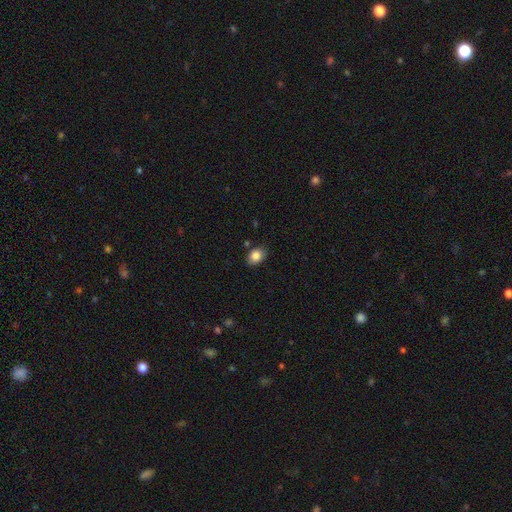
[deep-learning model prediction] smooth_or_featured: smooth (p=0.85) [alt: star or artifact p=0.09]
how_rounded: in between (p=0.69) [alt: round p=0.30]
merging: none (p=0.81) [alt: minor disturbance p=0.13]